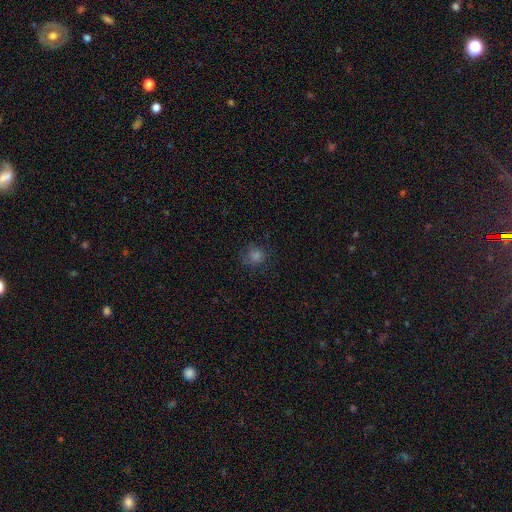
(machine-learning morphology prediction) Smooth or featured? Predicted: smooth (p=0.67). How rounded? Predicted: round (p=0.88). Merging? Predicted: none (p=0.79).